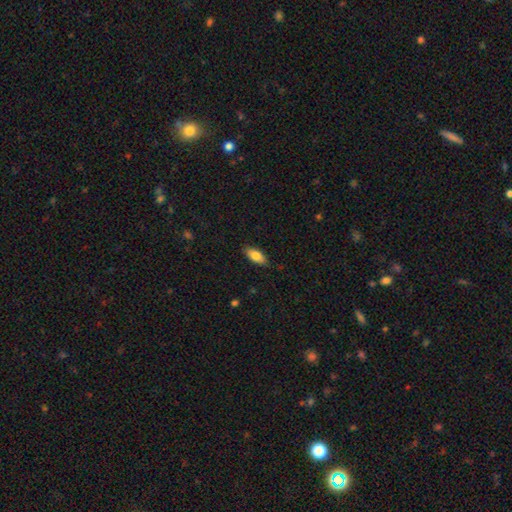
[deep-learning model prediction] A smooth galaxy with no disk features (80%) that is in between round and cigar-shaped (84%).

Vote fractions:
- Smooth or featured? smooth: 80% / featured or disk: 13% / star or artifact: 6%
- How rounded? in between: 84% / cigar-shaped: 14% / round: 2%
- Merging? none: 86% / minor disturbance: 11% / major disturbance: 2% / merger: 1%